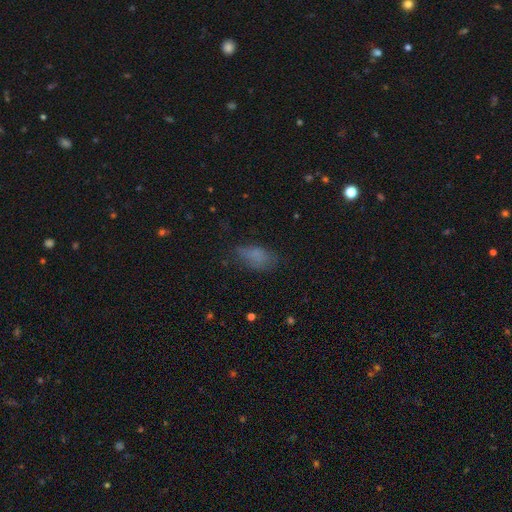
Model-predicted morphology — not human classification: Overall: smooth (73%). How rounded: in between (87%). Merging: none (56%; minor disturbance 28%).